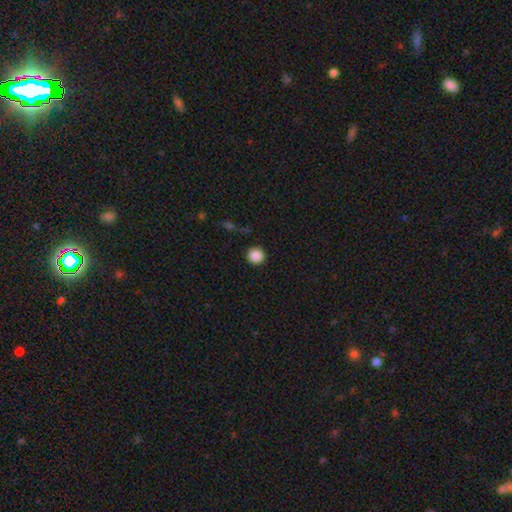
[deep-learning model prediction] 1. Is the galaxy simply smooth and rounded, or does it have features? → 88% smooth, 9% star or artifact, 3% featured or disk.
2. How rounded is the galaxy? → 94% round, 5% in between, 1% cigar-shaped.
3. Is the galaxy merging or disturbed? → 92% none, 5% minor disturbance, 2% major disturbance, 1% merger.